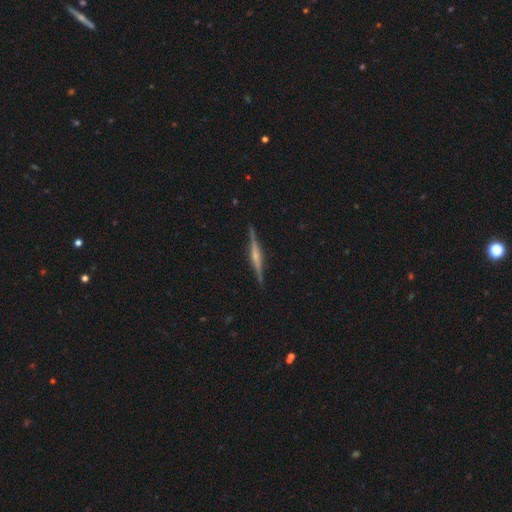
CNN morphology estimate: This appears to be a featured or disk galaxy (80%) viewed edge-on (98%) with a rounded central bulge (66%). Merging: none (90%).